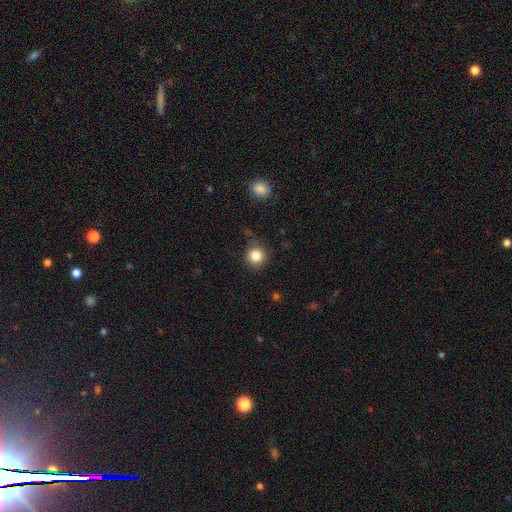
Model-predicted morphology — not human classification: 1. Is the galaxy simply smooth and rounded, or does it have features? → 84% smooth, 11% star or artifact, 5% featured or disk.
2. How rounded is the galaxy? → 92% round, 8% in between, 1% cigar-shaped.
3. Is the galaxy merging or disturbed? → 80% none, 14% minor disturbance, 4% major disturbance, 2% merger.